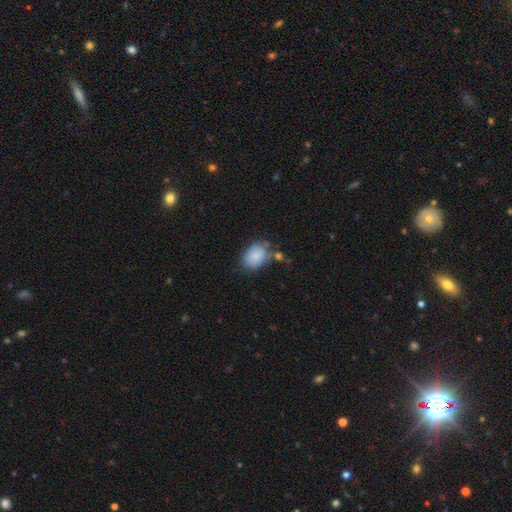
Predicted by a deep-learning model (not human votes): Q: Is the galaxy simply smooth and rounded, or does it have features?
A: smooth — 85%.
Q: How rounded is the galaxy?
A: in between — 72%.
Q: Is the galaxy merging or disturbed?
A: none — 58%.